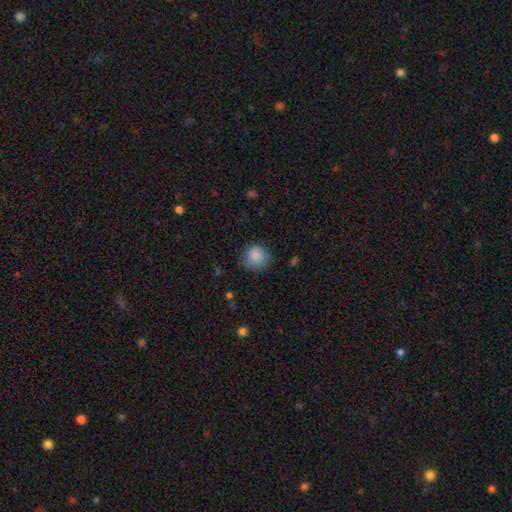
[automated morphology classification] Smooth or featured? smooth (86%)
How rounded? round (85%)
Merging? none (71%)